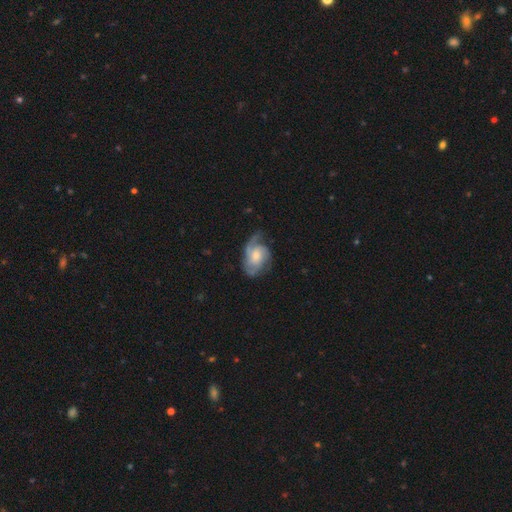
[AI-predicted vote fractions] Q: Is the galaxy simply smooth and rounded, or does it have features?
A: featured or disk — 77%.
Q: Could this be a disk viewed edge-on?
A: no — 97%.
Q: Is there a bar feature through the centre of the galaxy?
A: no — 65%.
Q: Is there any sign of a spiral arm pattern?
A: yes — 94%.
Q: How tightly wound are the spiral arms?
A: medium — 44%.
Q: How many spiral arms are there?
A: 2 — 35%.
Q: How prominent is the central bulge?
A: moderate — 50%.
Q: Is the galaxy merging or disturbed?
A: none — 56%.